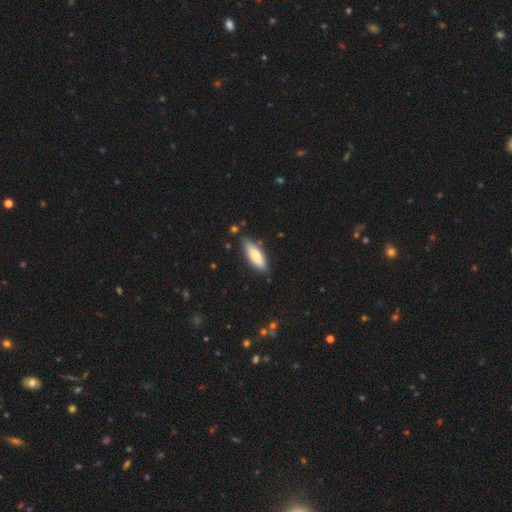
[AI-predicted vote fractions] The model was most divided on "how rounded": in between: 55%, cigar-shaped: 43%, round: 2%. More confident: merging — none (80%); smooth or featured — smooth (73%).